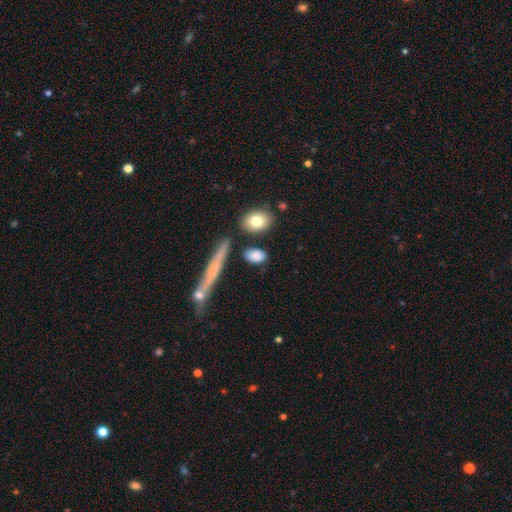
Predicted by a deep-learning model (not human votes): Smooth or featured?
  - smooth: 82% *
  - featured or disk: 11%
  - star or artifact: 7%
How rounded?
  - in between: 82% *
  - cigar-shaped: 10%
  - round: 8%
Merging?
  - none: 78% *
  - minor disturbance: 12%
  - merger: 6%
  - major disturbance: 4%